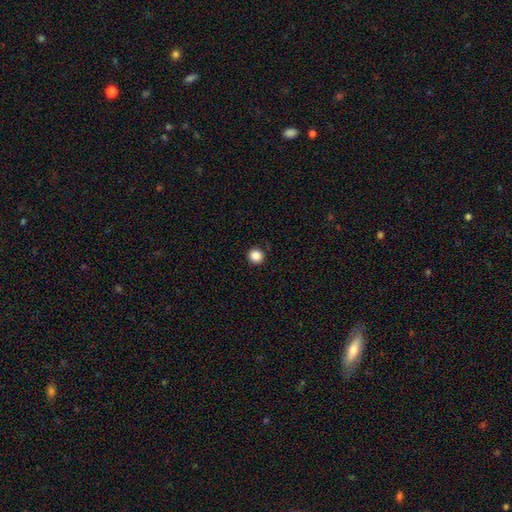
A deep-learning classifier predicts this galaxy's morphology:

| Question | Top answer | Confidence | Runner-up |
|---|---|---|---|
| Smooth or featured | smooth | 87% | star or artifact (11%) |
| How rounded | round | 96% | in between (3%) |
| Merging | none | 91% | minor disturbance (6%) |